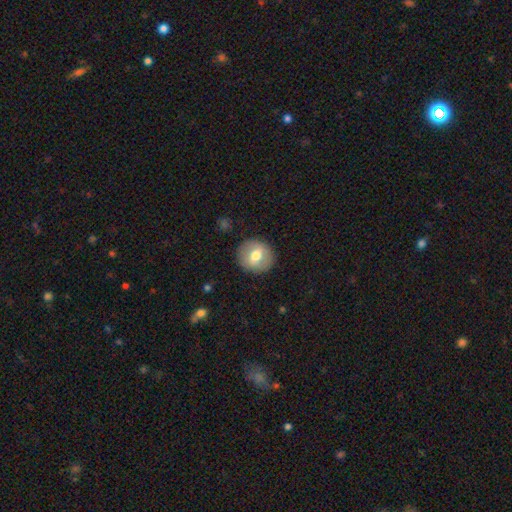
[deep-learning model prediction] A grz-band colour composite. It shows a smooth galaxy with no disk features (65%) that is round (86%). Merging: none (89%).